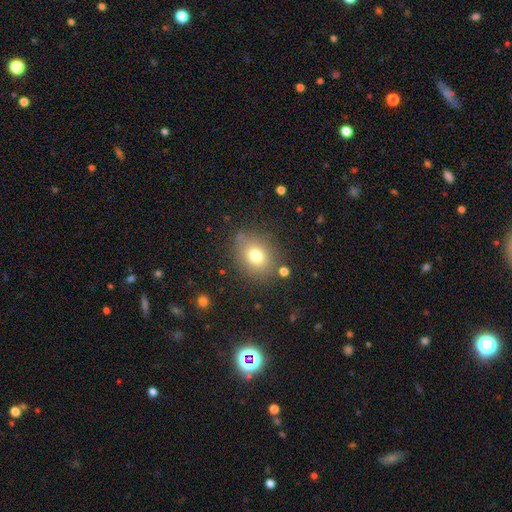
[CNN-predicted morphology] Smooth or featured?
  - smooth: 74% *
  - star or artifact: 13%
  - featured or disk: 12%
How rounded?
  - round: 58% *
  - in between: 41%
  - cigar-shaped: 1%
Merging?
  - none: 80% *
  - minor disturbance: 12%
  - major disturbance: 4%
  - merger: 4%